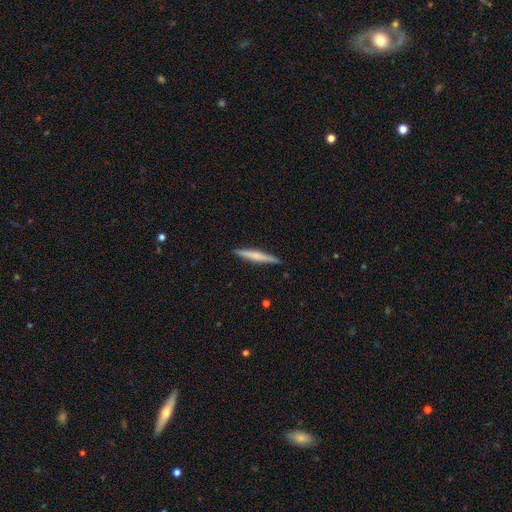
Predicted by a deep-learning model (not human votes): Smooth or featured: smooth — 51% (featured or disk — 43%)
How rounded: cigar-shaped — 95% (in between — 3%)
Merging: none — 91% (minor disturbance — 7%)